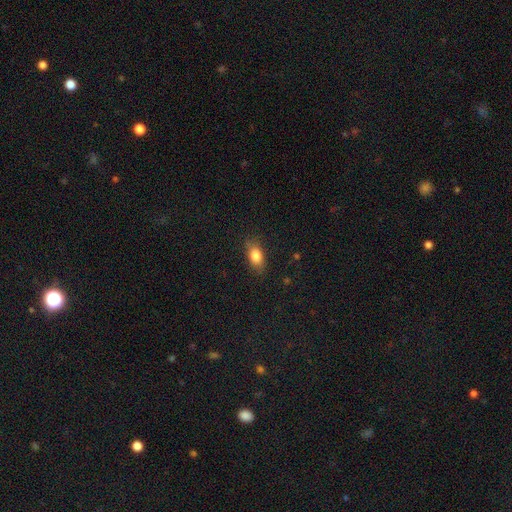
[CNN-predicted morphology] This appears to be a smooth galaxy with no disk features (83%) that is in between round and cigar-shaped (86%). Merging: none (82%).